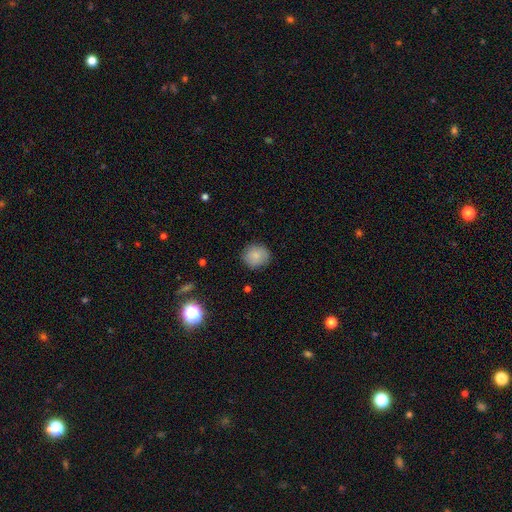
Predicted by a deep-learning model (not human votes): A smooth galaxy with no disk features (84%) that is round (86%). Merging: none (86%).